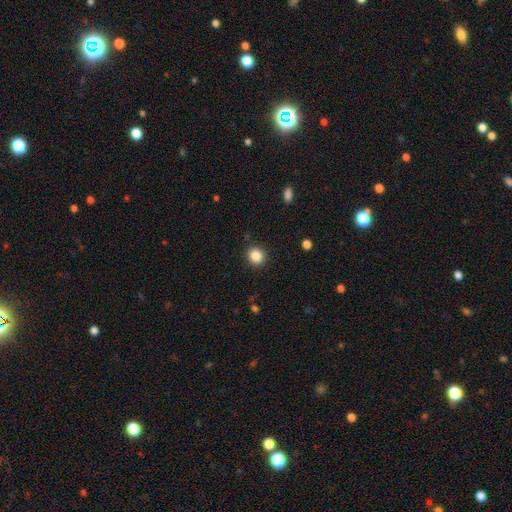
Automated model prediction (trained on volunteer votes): A smooth galaxy with no disk features (85%) that is round (83%).

Vote fractions:
- Smooth or featured? smooth: 85% / star or artifact: 10% / featured or disk: 4%
- How rounded? round: 83% / in between: 16% / cigar-shaped: 1%
- Merging? none: 90% / minor disturbance: 7% / major disturbance: 2% / merger: 1%